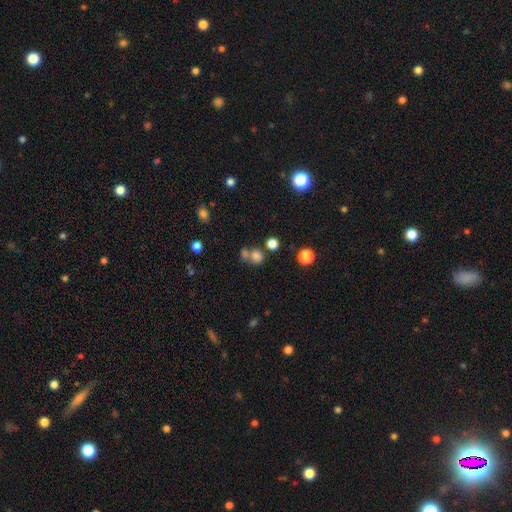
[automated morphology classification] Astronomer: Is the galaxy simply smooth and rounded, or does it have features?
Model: smooth — 75%.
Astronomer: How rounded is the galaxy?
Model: round — 78%.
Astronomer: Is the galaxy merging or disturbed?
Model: none — 49% (runner-up: merger, 38%).